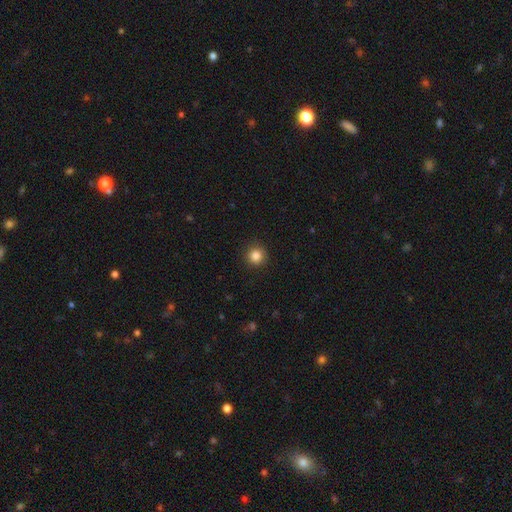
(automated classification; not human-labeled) smooth 85%, star or artifact 11%, featured or disk 4%. Down the decision tree: how rounded — round (94%); merging — none (91%).